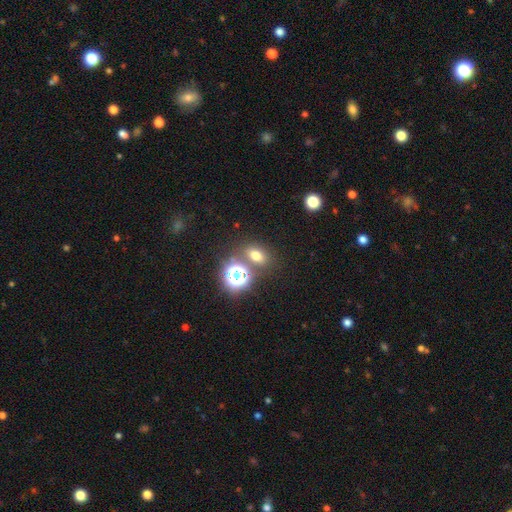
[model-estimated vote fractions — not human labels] smooth_or_featured: smooth (p=0.62) [alt: star or artifact p=0.28]
how_rounded: in between (p=0.60) [alt: round p=0.37]
merging: none (p=0.72) [alt: merger p=0.14]